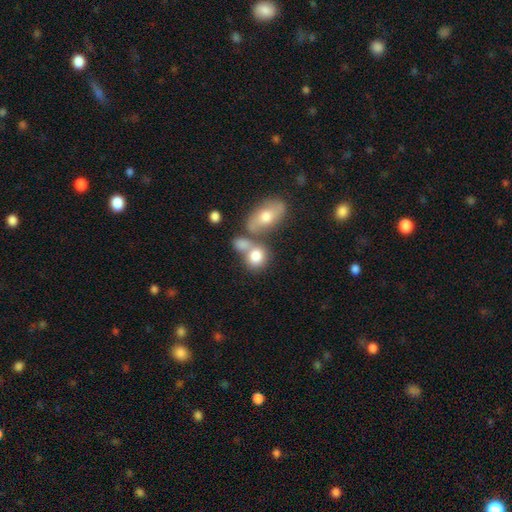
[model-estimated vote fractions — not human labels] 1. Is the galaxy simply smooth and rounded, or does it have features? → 78% smooth, 14% featured or disk, 8% star or artifact.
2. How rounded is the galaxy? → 50% round, 47% in between, 2% cigar-shaped.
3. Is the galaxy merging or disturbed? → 42% merger, 41% none, 11% minor disturbance, 6% major disturbance.